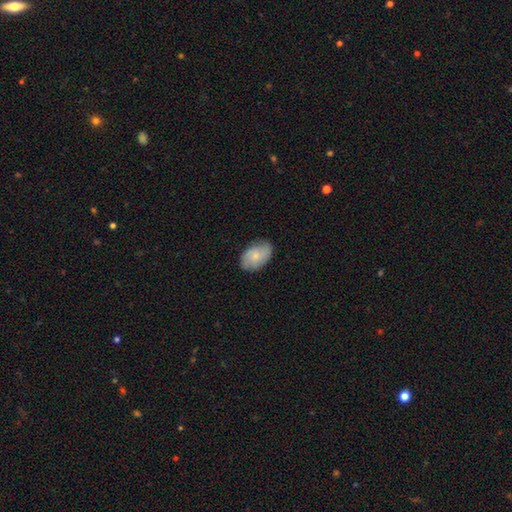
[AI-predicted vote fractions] Morphology: type=smooth (65%); roundness=in between (88%); merging=none (78%).